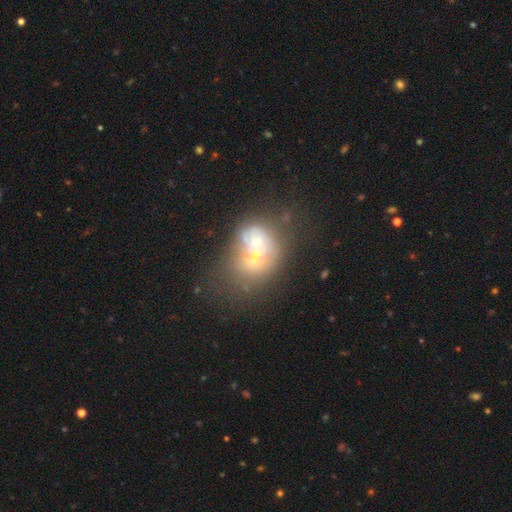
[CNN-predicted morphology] This appears to be a smooth galaxy with no disk features (44%). Merging: merger (56%).